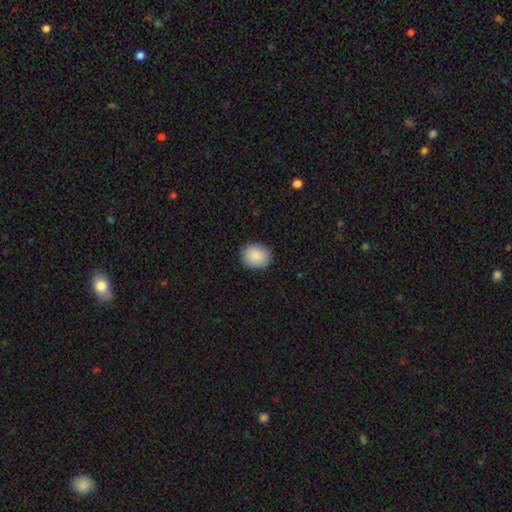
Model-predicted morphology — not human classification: Smooth or featured? smooth (89%)
How rounded? round (66%)
Merging? none (89%)